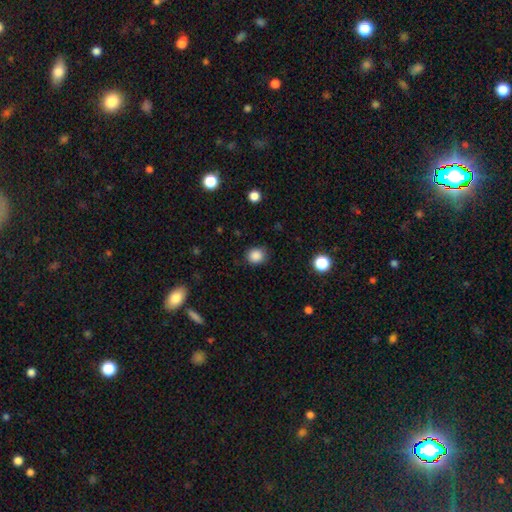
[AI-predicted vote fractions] Morphology: type=smooth (87%); roundness=round (78%); merging=none (86%).